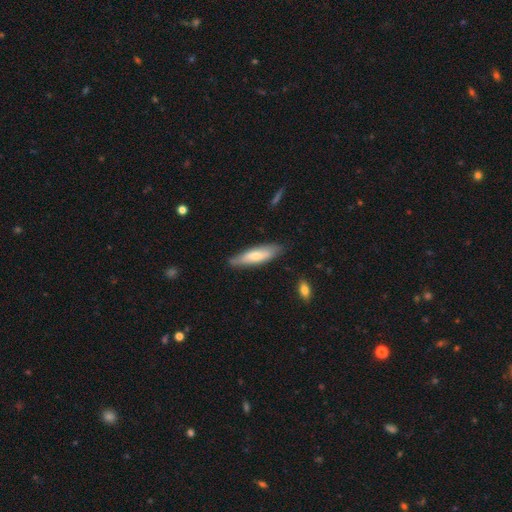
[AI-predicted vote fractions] Morphology: type=smooth (64%); roundness=cigar-shaped (62%); merging=none (78%).